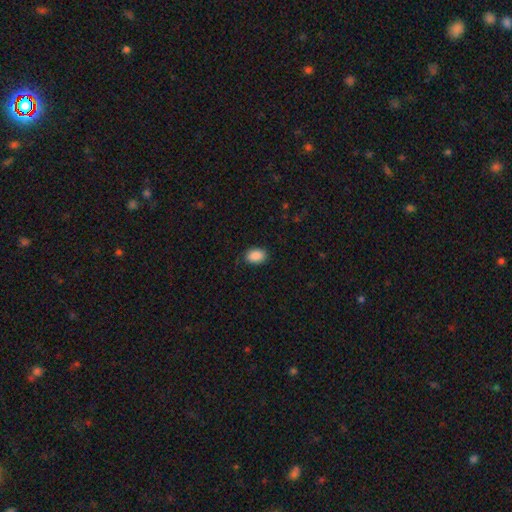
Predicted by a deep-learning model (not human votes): This is clearly a smooth galaxy (90%). How rounded: clearly in between (82%). Merging: clearly none (85%).